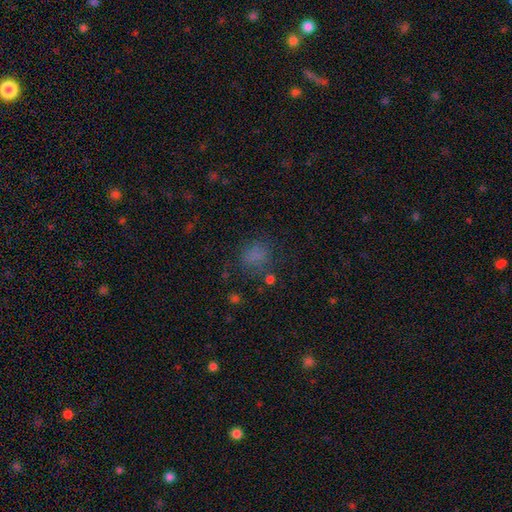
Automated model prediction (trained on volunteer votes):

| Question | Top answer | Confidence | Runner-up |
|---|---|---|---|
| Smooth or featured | smooth | 71% | star or artifact (21%) |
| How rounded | round | 70% | in between (29%) |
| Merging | none | 67% | minor disturbance (17%) |